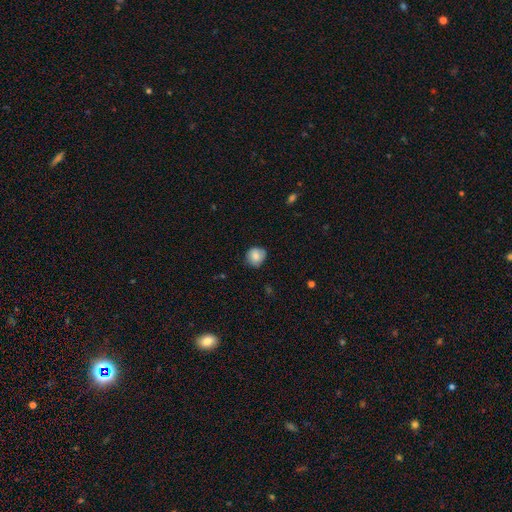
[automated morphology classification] smooth_or_featured: smooth (p=0.82) [alt: featured or disk p=0.10]
how_rounded: round (p=0.85) [alt: in between p=0.14]
merging: none (p=0.76) [alt: minor disturbance p=0.20]